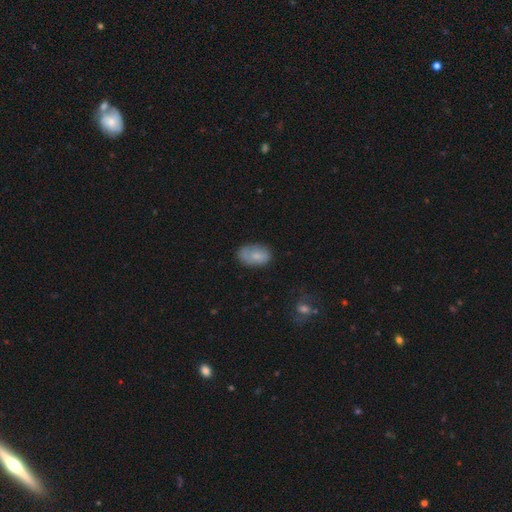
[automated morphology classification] A smooth galaxy with no disk features (76%) that is in between round and cigar-shaped (90%). Merging: none (63%).